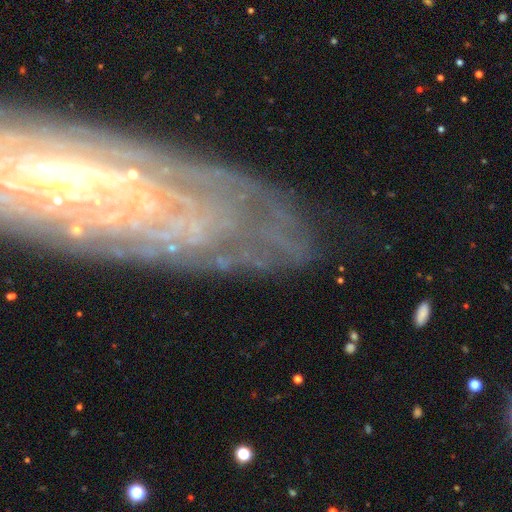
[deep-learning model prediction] Morphology: type=featured or disk (74%); edge-on=no (77%); bar=no (60%); spiral arms=yes (73%); bulge=moderate (39%, tied with small); merging=none (73%).